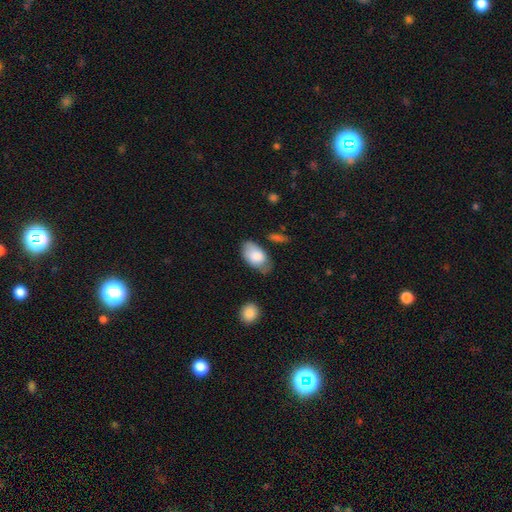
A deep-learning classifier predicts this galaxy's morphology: A smooth galaxy with no disk features (82%) that is in between round and cigar-shaped (94%). Merging: none (59%).